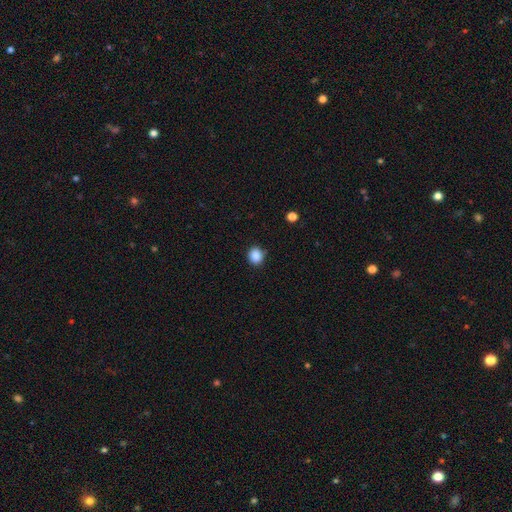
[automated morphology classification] Smooth or featured? Predicted: smooth (p=0.87). How rounded? Predicted: round (p=0.81). Merging? Predicted: none (p=0.86).